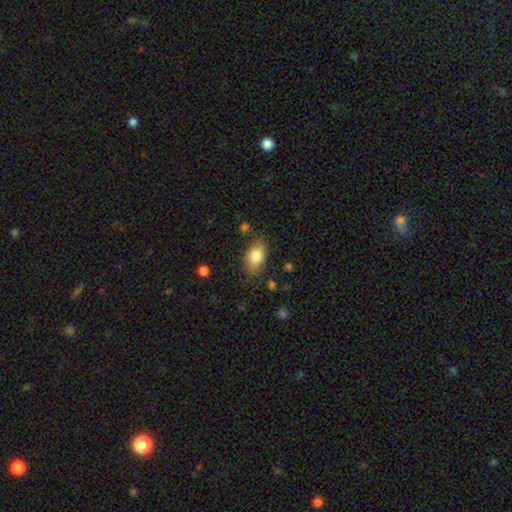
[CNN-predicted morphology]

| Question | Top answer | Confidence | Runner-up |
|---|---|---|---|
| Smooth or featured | smooth | 82% | featured or disk (11%) |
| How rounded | in between | 88% | round (10%) |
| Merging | none | 78% | minor disturbance (16%) |